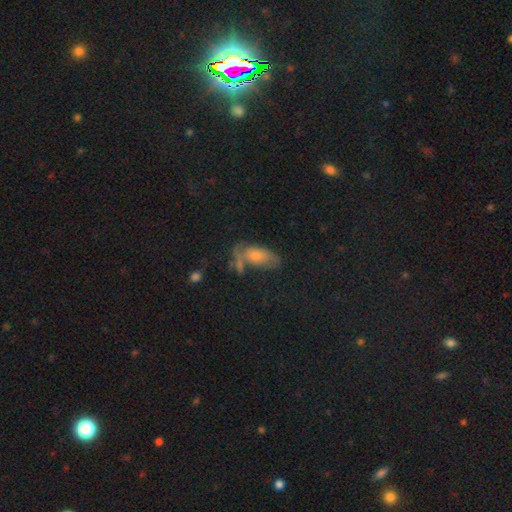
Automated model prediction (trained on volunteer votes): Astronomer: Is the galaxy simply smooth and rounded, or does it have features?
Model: smooth — 51% (runner-up: featured or disk, 27%).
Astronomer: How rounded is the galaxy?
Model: in between — 85%.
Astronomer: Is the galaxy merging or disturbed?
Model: none — 48% (runner-up: minor disturbance, 24%).